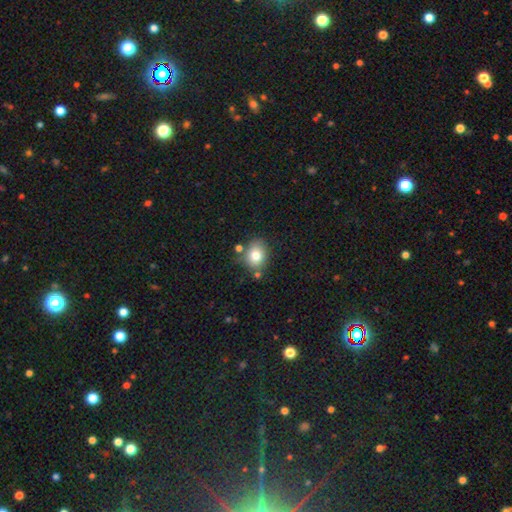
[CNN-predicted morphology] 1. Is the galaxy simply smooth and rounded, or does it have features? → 79% smooth, 11% featured or disk, 10% star or artifact.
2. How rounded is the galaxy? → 50% round, 49% in between, 1% cigar-shaped.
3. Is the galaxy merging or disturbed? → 70% none, 16% minor disturbance, 10% merger, 4% major disturbance.